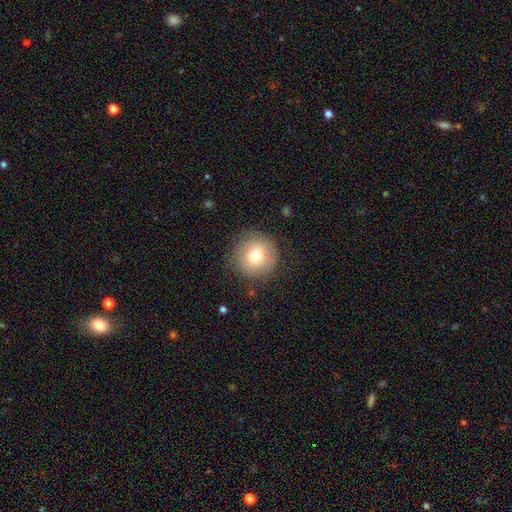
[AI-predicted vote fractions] Smooth or featured? smooth (73%)
How rounded? round (96%)
Merging? none (85%)